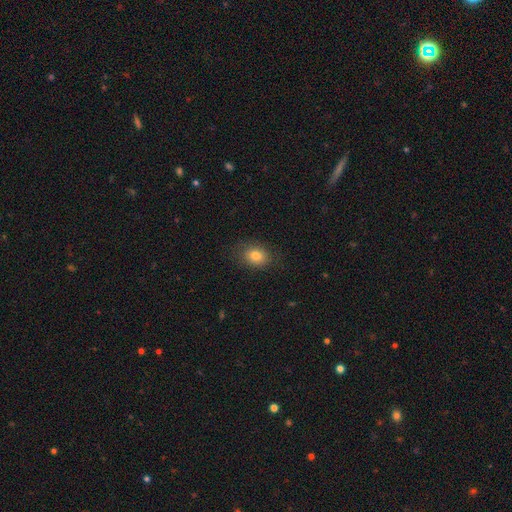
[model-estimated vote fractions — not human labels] Smooth or featured? Predicted: smooth (p=0.81). How rounded? Predicted: in between (p=0.57). Merging? Predicted: none (p=0.83).